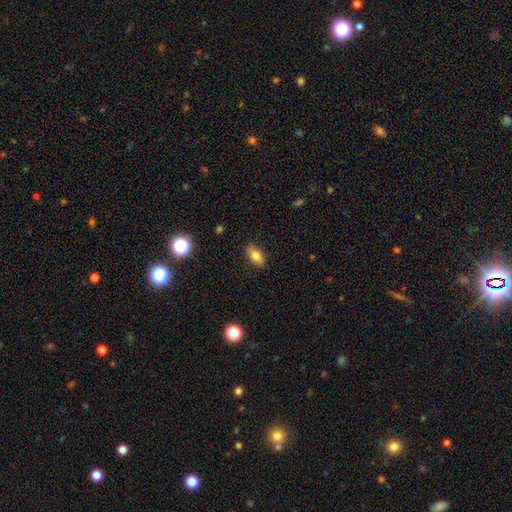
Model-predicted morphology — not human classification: A smooth galaxy with no disk features (72%) that is in between round and cigar-shaped (81%). Merging: none (86%).